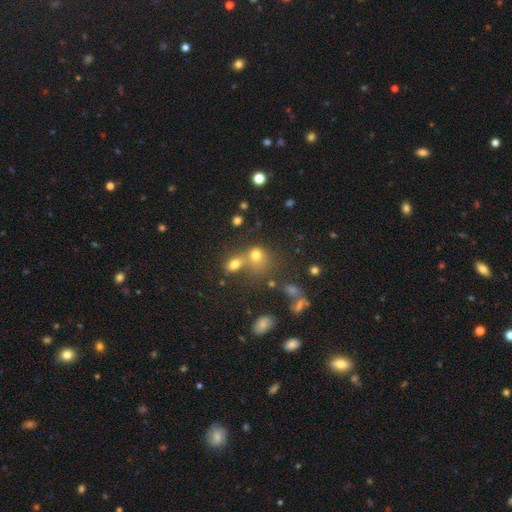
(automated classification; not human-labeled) This is likely a smooth galaxy (65%). How rounded: likely round (69%). Merging: marginally merger (45%).